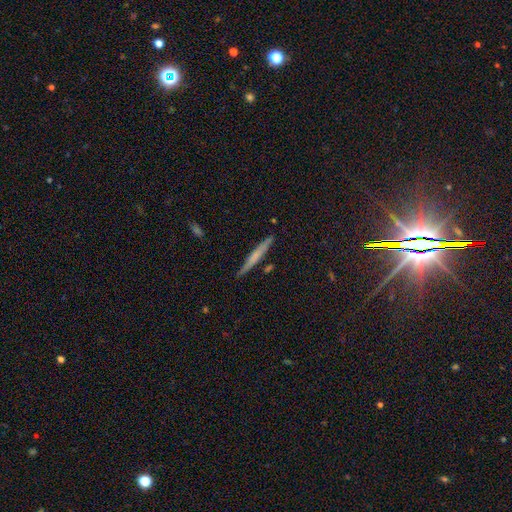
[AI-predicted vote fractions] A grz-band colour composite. It shows a smooth galaxy with no disk features (53%) that is cigar-shaped (96%). Merging: none (86%).